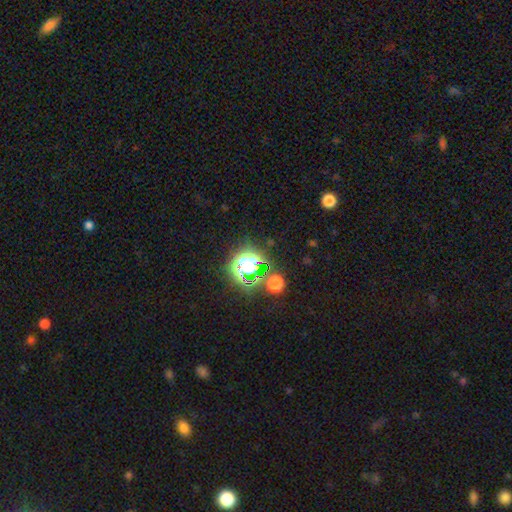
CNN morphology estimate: The model was most divided on "smooth or featured": star or artifact: 72%, smooth: 20%, featured or disk: 8%.